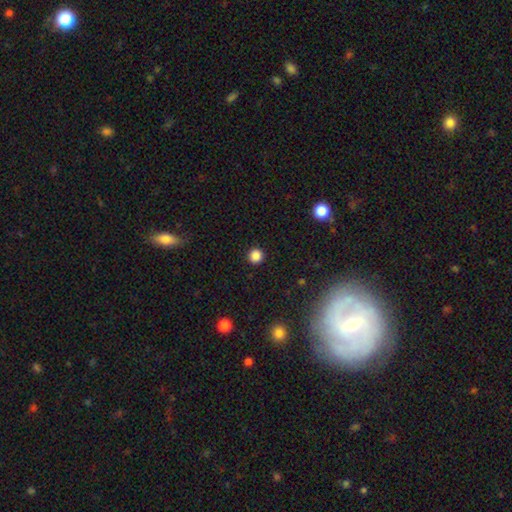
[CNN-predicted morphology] This appears to be a smooth galaxy with no disk features (85%) that is round (95%). Merging: none (92%).